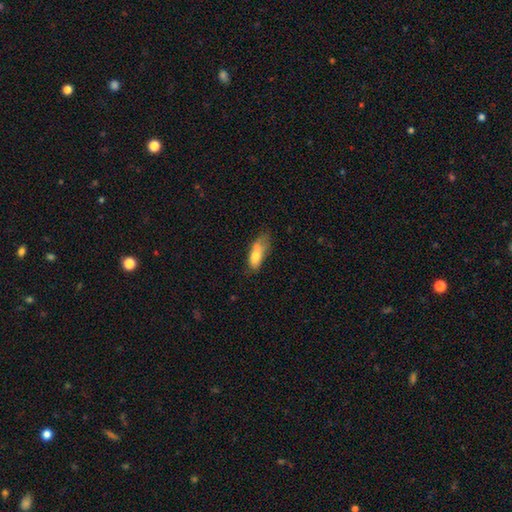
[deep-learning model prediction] smooth 72%, featured or disk 20%, star or artifact 8%. Down the decision tree: how rounded — in between (77%); merging — minor disturbance (31%).